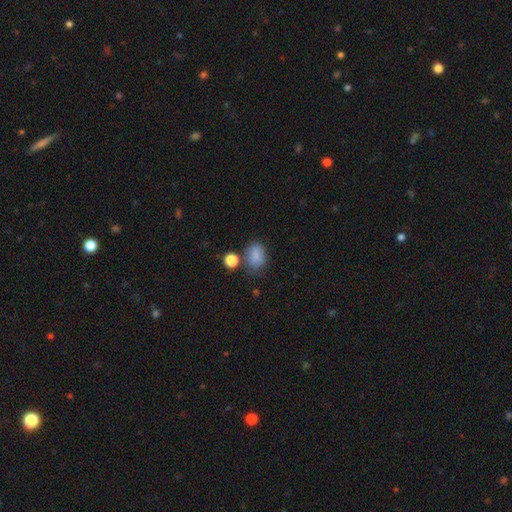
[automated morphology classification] smooth-or-featured: smooth: 83% | star or artifact: 11% | featured or disk: 6%
  how-rounded: in between: 67% | round: 31% | cigar-shaped: 1%
  merging: none: 65% | minor disturbance: 19% | merger: 10% | major disturbance: 6%